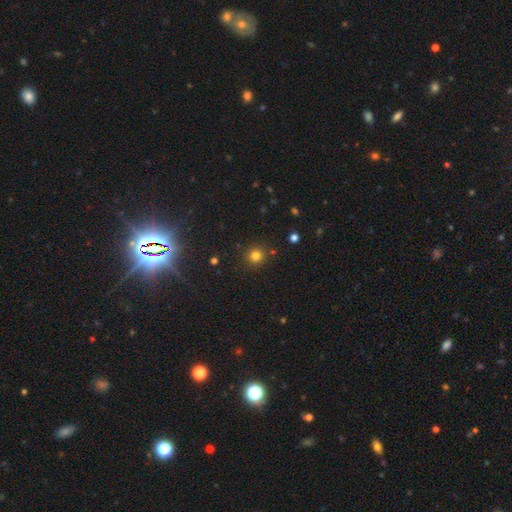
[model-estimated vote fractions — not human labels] Smooth or featured: smooth — 79% (star or artifact — 15%)
How rounded: round — 92% (in between — 7%)
Merging: none — 87% (minor disturbance — 7%)